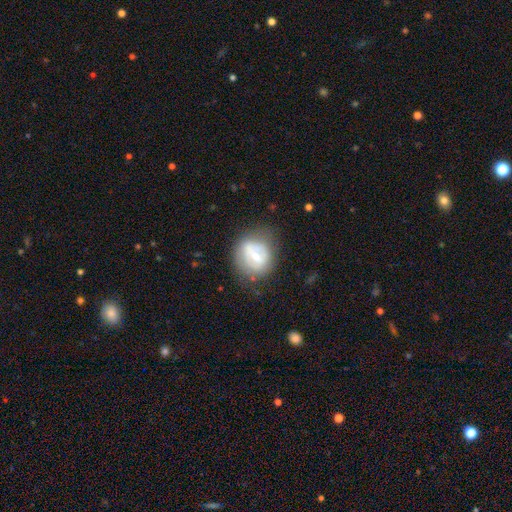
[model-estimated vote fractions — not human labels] Smooth or featured? featured or disk (54%)
Edge-on disk? no (93%)
Merging? none (65%)